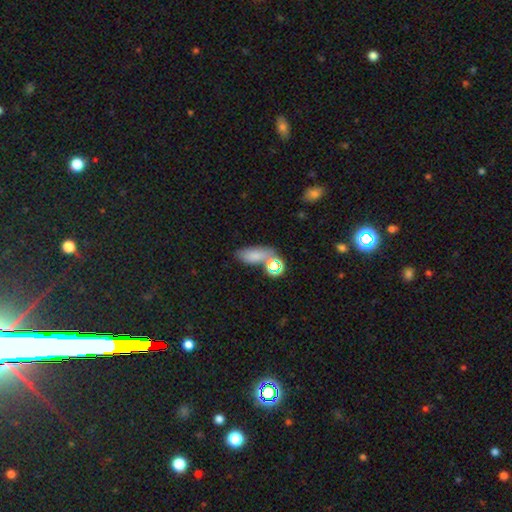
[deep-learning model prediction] Smooth or featured: smooth — 72% (star or artifact — 16%)
How rounded: in between — 79% (cigar-shaped — 11%)
Merging: none — 53% (merger — 23%)